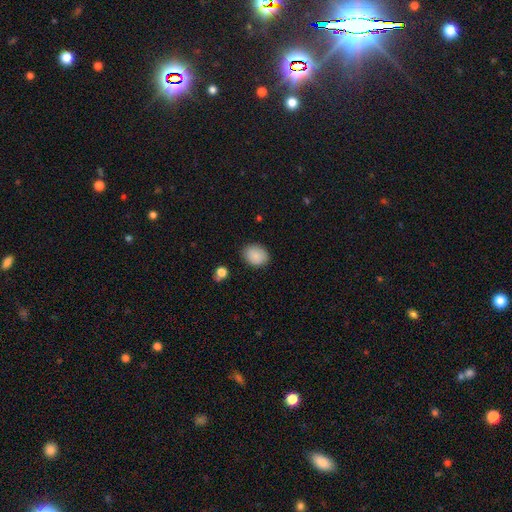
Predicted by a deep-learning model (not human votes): Smooth or featured: smooth — 88% (star or artifact — 8%)
How rounded: in between — 52% (round — 47%)
Merging: none — 84% (minor disturbance — 11%)